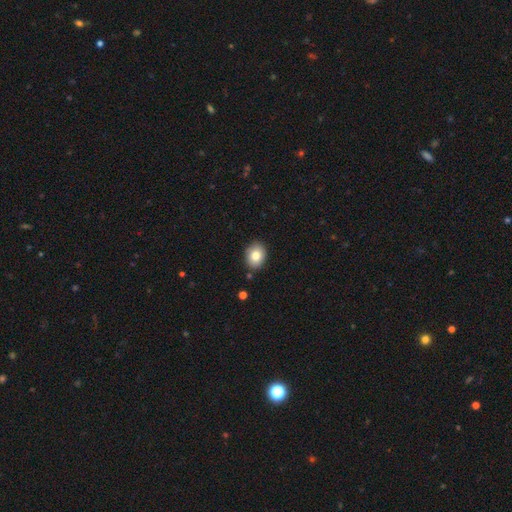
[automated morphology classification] Q: Smooth or featured?
A: smooth (82%); runner-up: featured or disk (10%)
Q: How rounded?
A: in between (57%); runner-up: round (42%)
Q: Merging?
A: none (86%); runner-up: minor disturbance (10%)